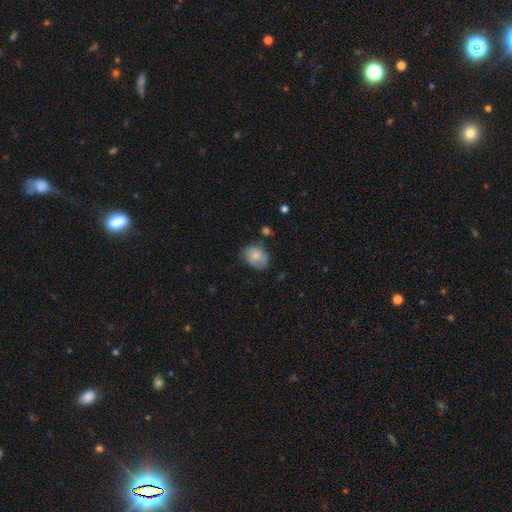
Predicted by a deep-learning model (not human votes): smooth-or-featured: smooth: 75% | featured or disk: 18% | star or artifact: 8%
  how-rounded: in between: 61% | round: 38% | cigar-shaped: 1%
  merging: none: 59% | minor disturbance: 31% | major disturbance: 8% | merger: 3%